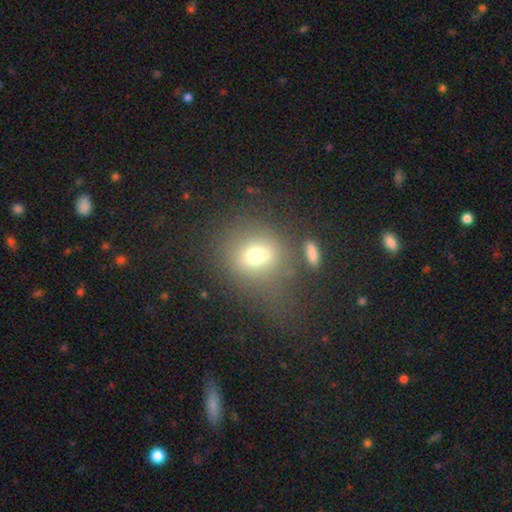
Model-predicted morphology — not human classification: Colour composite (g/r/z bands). It shows a smooth galaxy with no disk features (64%) that is round (72%). Merging: none (45%).